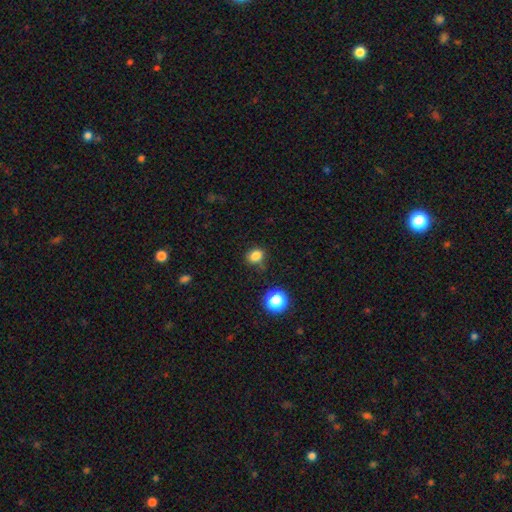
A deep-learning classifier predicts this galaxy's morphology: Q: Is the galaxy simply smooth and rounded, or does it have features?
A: smooth — 81%.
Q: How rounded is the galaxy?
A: round — 50%.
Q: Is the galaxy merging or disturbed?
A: none — 75%.